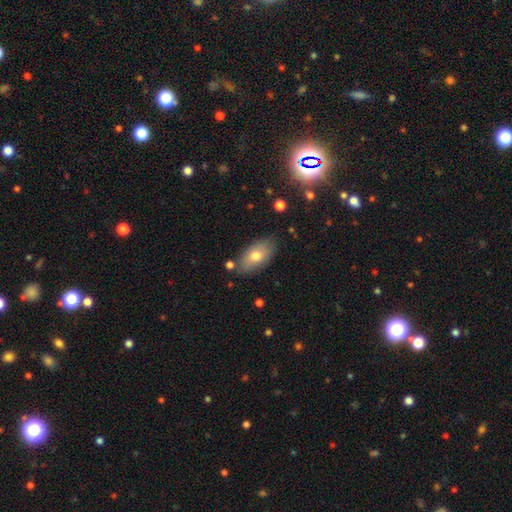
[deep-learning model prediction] Smooth or featured? Predicted: smooth (p=0.72). How rounded? Predicted: in between (p=0.92). Merging? Predicted: none (p=0.78).